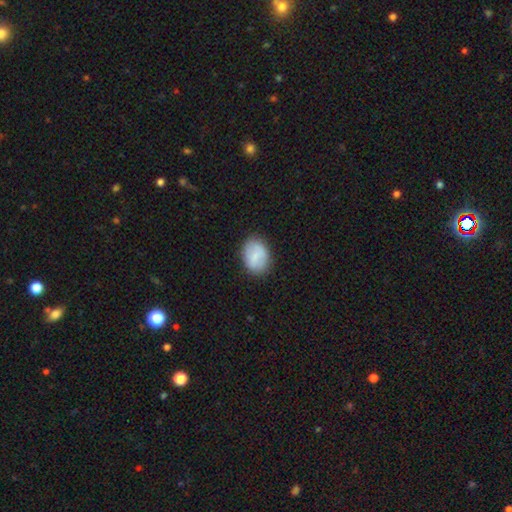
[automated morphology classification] The model was most divided on "how rounded": in between: 72%, round: 27%, cigar-shaped: 1%. More confident: merging — none (81%); smooth or featured — smooth (74%).